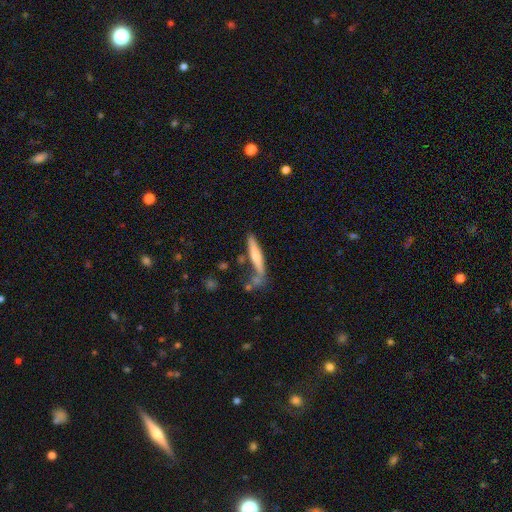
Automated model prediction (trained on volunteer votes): This is possibly a smooth galaxy (53%). How rounded: clearly cigar-shaped (91%). Merging: likely none (62%).